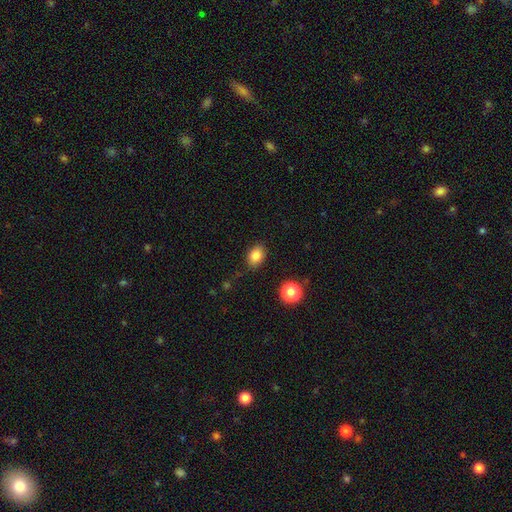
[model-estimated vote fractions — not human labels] Morphology: type=smooth (84%); roundness=in between (72%); merging=none (82%).